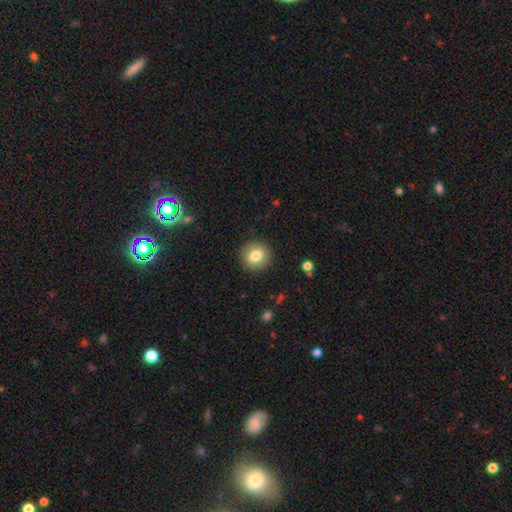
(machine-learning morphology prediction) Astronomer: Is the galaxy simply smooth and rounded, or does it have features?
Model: smooth — 80%.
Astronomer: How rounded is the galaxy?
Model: round — 90%.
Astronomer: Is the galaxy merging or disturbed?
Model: none — 90%.